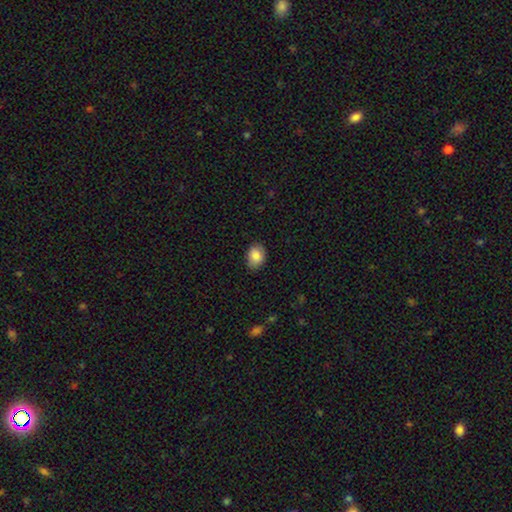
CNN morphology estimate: The model was most divided on "how rounded": in between: 75%, round: 24%, cigar-shaped: 1%. More confident: smooth or featured — smooth (87%); merging — none (82%).